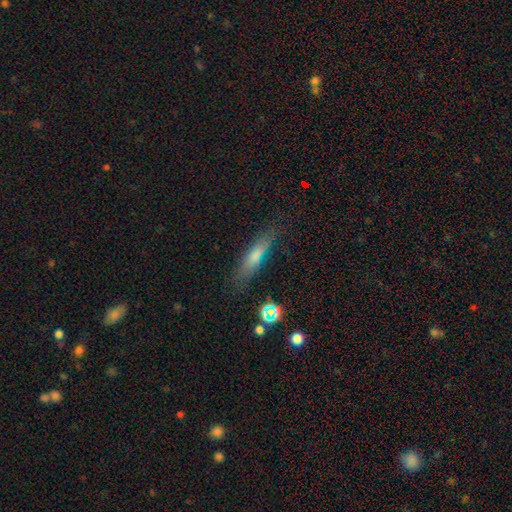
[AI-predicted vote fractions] Overall: smooth (60%; featured or disk 29%). How rounded: cigar-shaped (79%). Merging: none (78%).